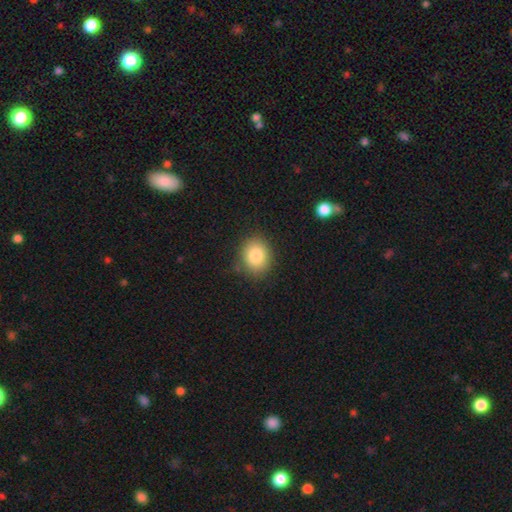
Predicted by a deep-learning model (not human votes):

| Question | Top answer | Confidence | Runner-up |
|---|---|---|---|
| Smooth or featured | smooth | 84% | star or artifact (9%) |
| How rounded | round | 61% | in between (38%) |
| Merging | none | 85% | minor disturbance (11%) |